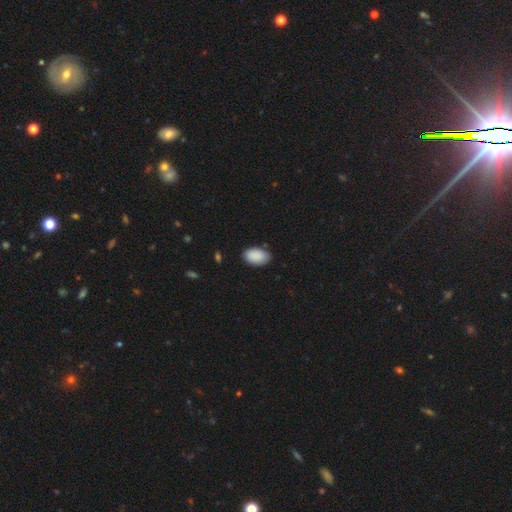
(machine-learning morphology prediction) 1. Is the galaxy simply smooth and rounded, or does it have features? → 90% smooth, 6% star or artifact, 3% featured or disk.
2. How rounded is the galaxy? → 93% in between, 6% round, 1% cigar-shaped.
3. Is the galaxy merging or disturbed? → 83% none, 13% minor disturbance, 2% major disturbance, 1% merger.